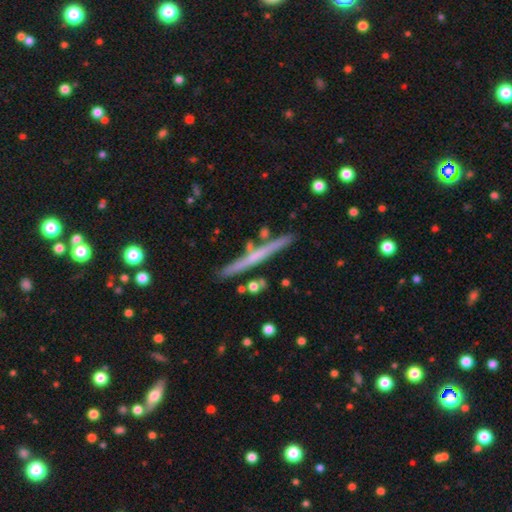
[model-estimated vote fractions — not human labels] Smooth or featured? featured or disk (54%)
Edge-on disk? yes (97%)
Edge-on bulge? none (77%)
Merging? none (87%)